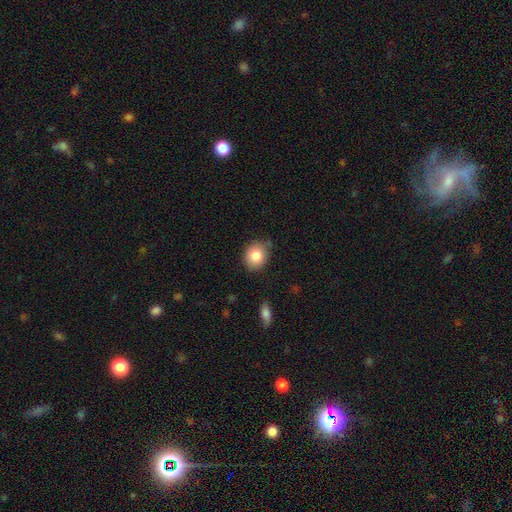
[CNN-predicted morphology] A smooth galaxy with no disk features (83%) that is round (63%). Merging: none (82%).